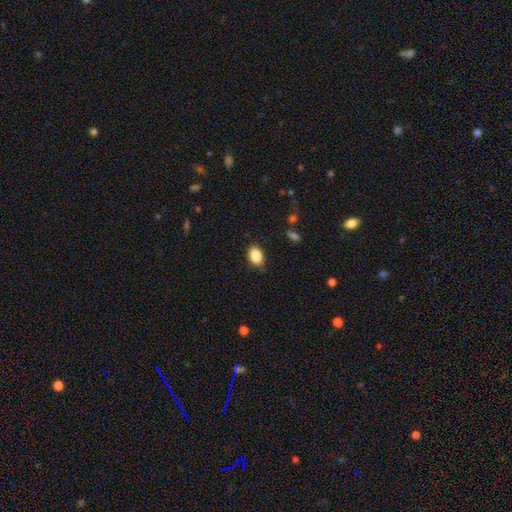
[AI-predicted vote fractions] Smooth or featured? smooth (87%)
How rounded? in between (82%)
Merging? none (78%)